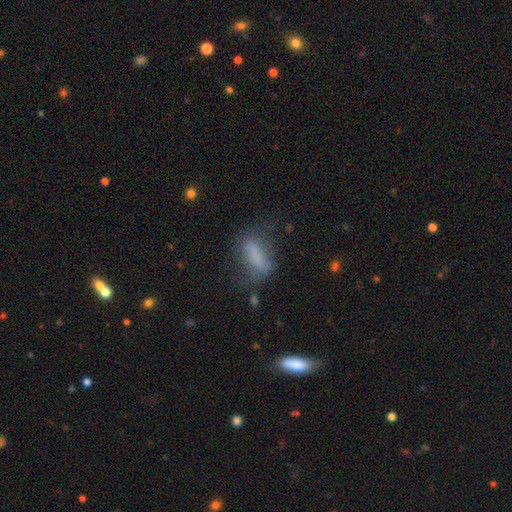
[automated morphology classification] A smooth galaxy with no disk features (64%) that is in between round and cigar-shaped (56%). Merging: none (46%).